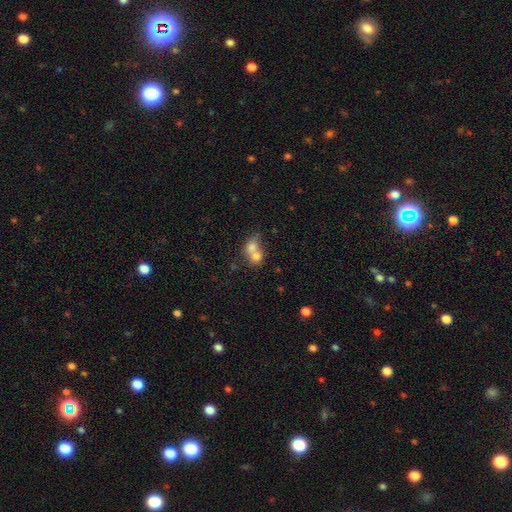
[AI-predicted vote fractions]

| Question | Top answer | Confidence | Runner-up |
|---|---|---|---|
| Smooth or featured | smooth | 70% | featured or disk (19%) |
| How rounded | round | 51% | in between (47%) |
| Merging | merger | 73% | none (18%) |